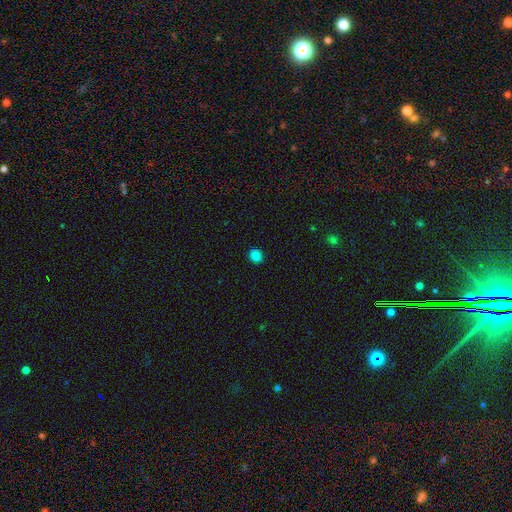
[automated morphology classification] A smooth galaxy with no disk features (84%) that is round (76%). Merging: none (91%).